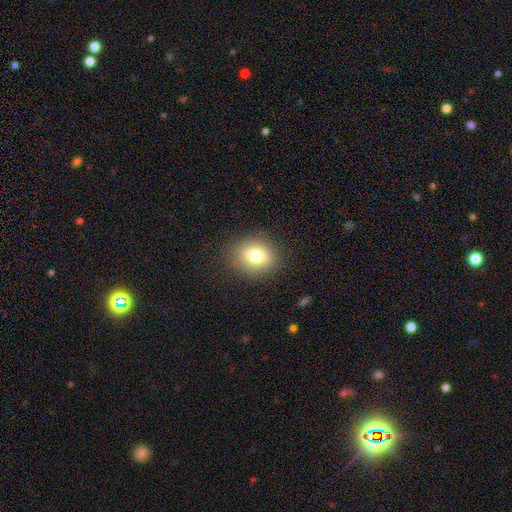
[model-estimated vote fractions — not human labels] smooth-or-featured: smooth: 78% | star or artifact: 11% | featured or disk: 11%
  how-rounded: round: 57% | in between: 42% | cigar-shaped: 1%
  merging: none: 85% | minor disturbance: 10% | major disturbance: 4% | merger: 1%